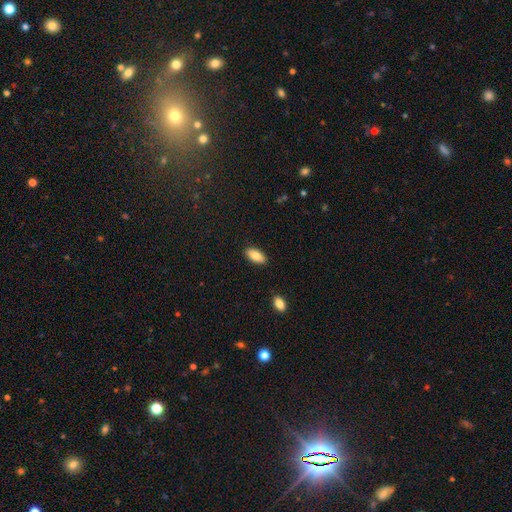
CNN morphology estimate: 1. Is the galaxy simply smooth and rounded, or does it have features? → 86% smooth, 7% featured or disk, 7% star or artifact.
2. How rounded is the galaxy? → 90% in between, 8% cigar-shaped, 2% round.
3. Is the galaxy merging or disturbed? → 88% none, 9% minor disturbance, 2% major disturbance, 1% merger.